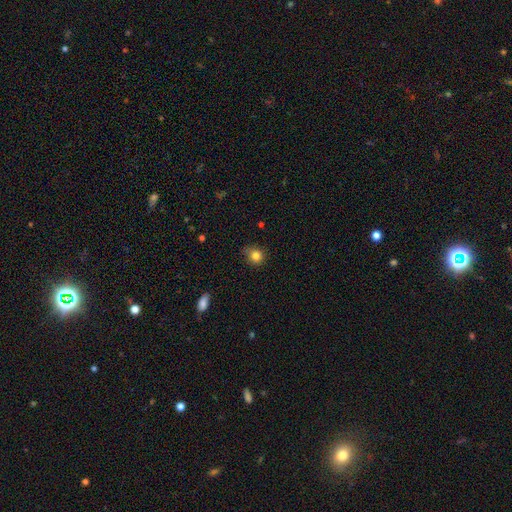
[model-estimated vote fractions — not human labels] Morphology: type=smooth (82%); roundness=round (81%); merging=none (68%).